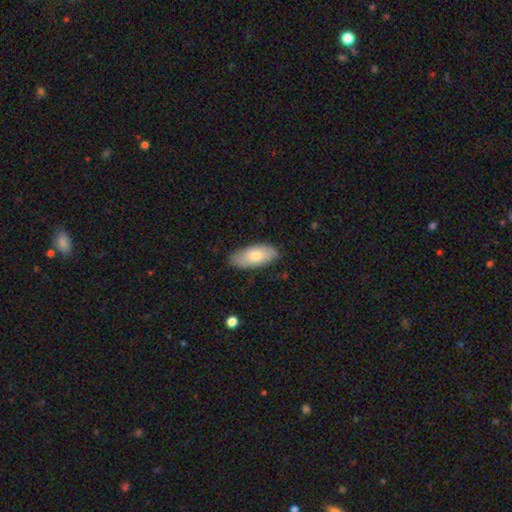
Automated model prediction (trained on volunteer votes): Smooth or featured? smooth (72%)
How rounded? in between (90%)
Merging? none (80%)